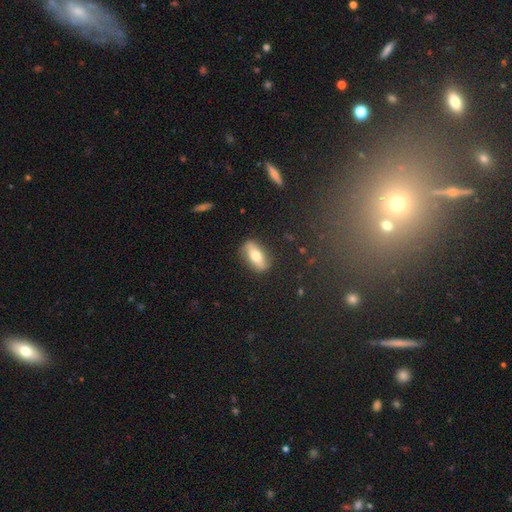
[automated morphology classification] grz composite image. It shows a smooth galaxy with no disk features (59%) that is in between round and cigar-shaped (74%). Merging: none (83%).